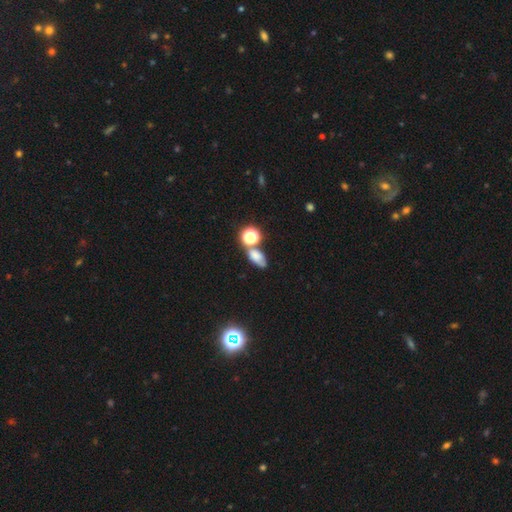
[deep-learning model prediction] The model was most divided on "merging": none: 53%, merger: 24%, minor disturbance: 16%, major disturbance: 7%. More confident: how rounded — in between (75%); smooth or featured — smooth (65%).